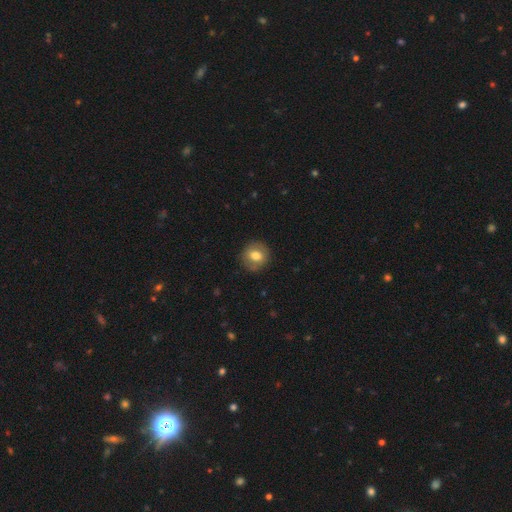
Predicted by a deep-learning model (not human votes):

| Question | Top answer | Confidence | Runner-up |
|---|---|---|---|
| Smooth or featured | smooth | 72% | featured or disk (20%) |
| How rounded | round | 85% | in between (14%) |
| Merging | none | 86% | minor disturbance (10%) |